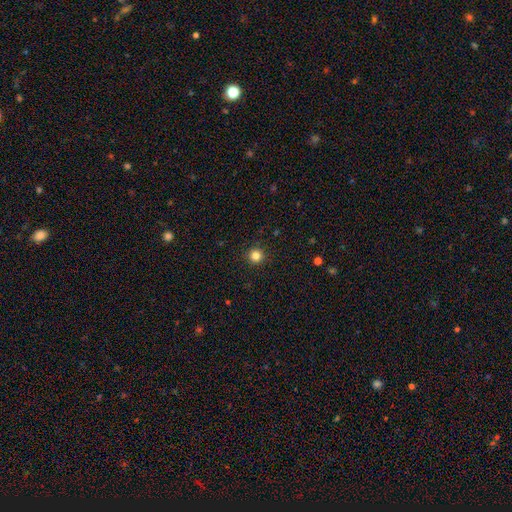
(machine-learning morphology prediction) type=smooth (83%); roundness=round (96%); merging=none (93%).